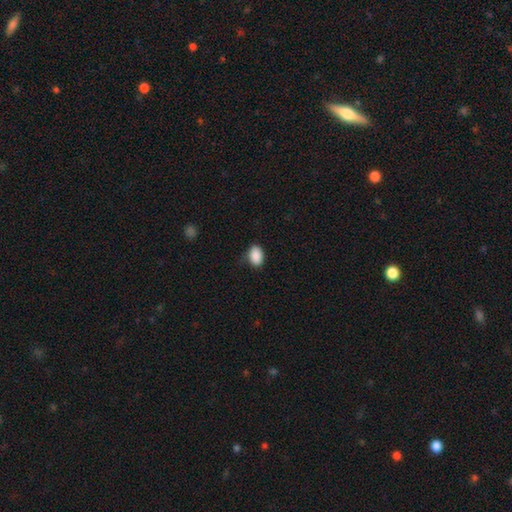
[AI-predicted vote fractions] smooth_or_featured: smooth (p=0.89) [alt: star or artifact p=0.08]
how_rounded: in between (p=0.85) [alt: round p=0.13]
merging: none (p=0.72) [alt: minor disturbance p=0.22]